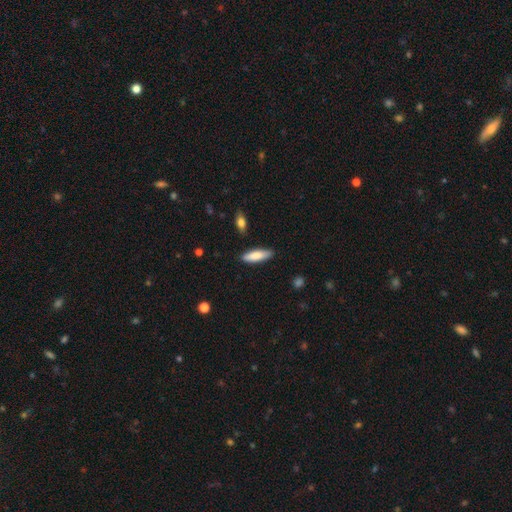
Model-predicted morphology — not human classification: Overall: smooth (81%). How rounded: cigar-shaped (56%; in between 42%). Merging: none (84%).